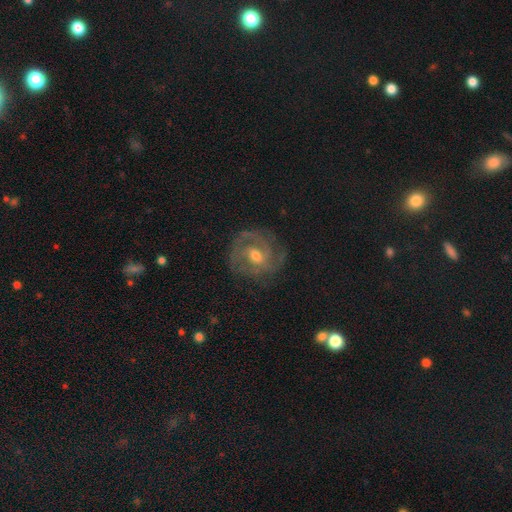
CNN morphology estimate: The model was most divided on "bar" (2-way tie): no: 44%, weak: 44%, strong: 12%. Remaining: edge-on disk — no (97%); spiral arms — yes (94%); smooth or featured — featured or disk (83%); merging — none (79%); bulge size — moderate (63%); spiral winding — tight (62%); spiral arm count — 3 (30%).